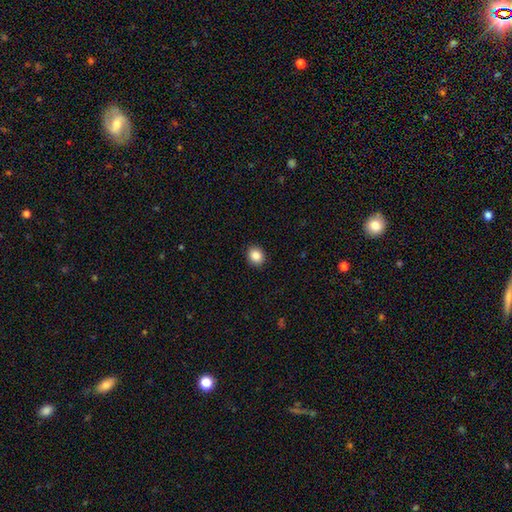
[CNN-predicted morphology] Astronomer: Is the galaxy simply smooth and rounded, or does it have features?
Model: smooth — 86%.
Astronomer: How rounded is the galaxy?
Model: round — 67%.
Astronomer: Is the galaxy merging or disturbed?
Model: none — 91%.